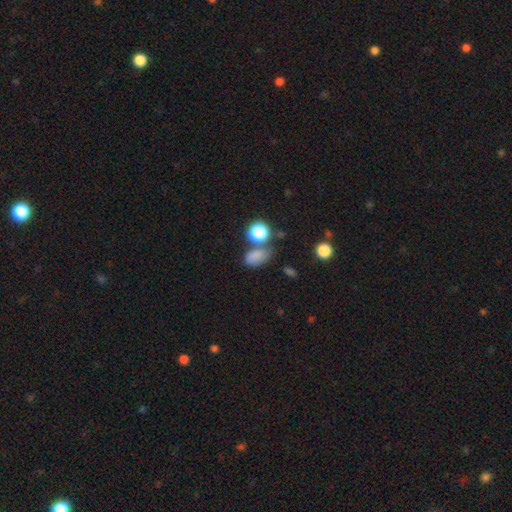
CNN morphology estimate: Smooth or featured: smooth — 78% (star or artifact — 15%)
How rounded: in between — 77% (round — 21%)
Merging: none — 56% (minor disturbance — 18%)